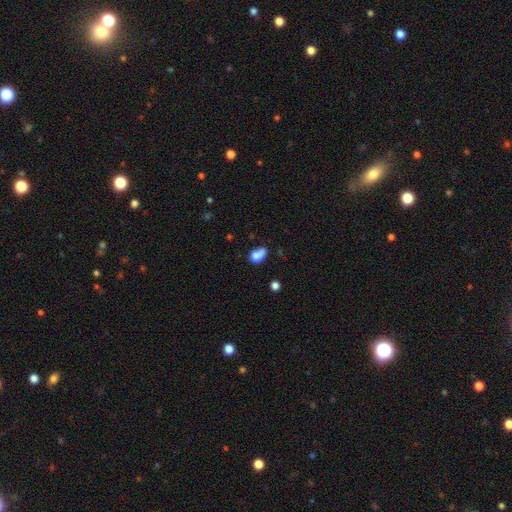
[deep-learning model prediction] smooth_or_featured: smooth (p=0.75) [alt: featured or disk p=0.14]
how_rounded: in between (p=0.72) [alt: round p=0.25]
merging: none (p=0.33) [alt: minor disturbance p=0.29]